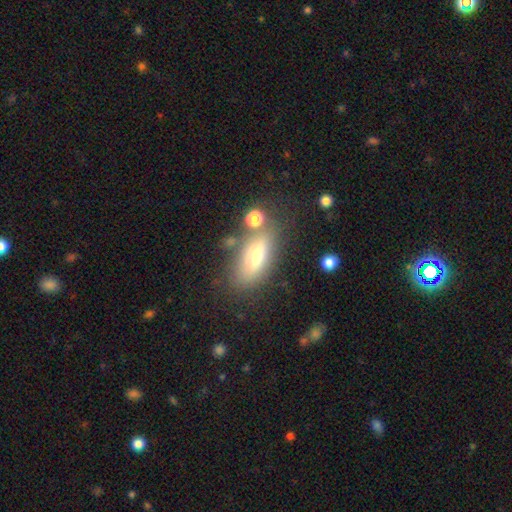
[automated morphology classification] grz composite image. It shows a smooth galaxy with no disk features (62%) that is in between round and cigar-shaped (74%). Merging: none (70%).